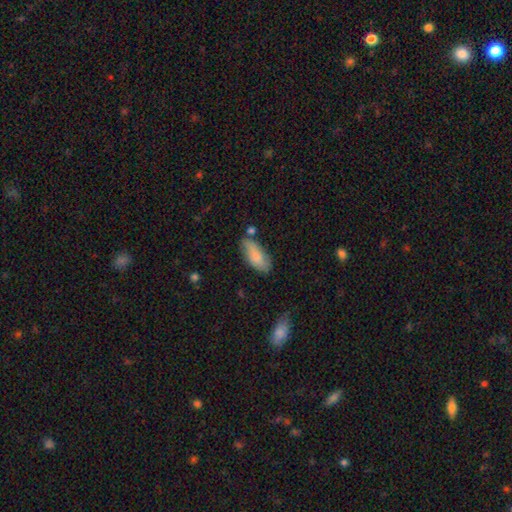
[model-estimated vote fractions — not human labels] Morphology: type=smooth (82%); roundness=in between (83%); merging=none (63%).